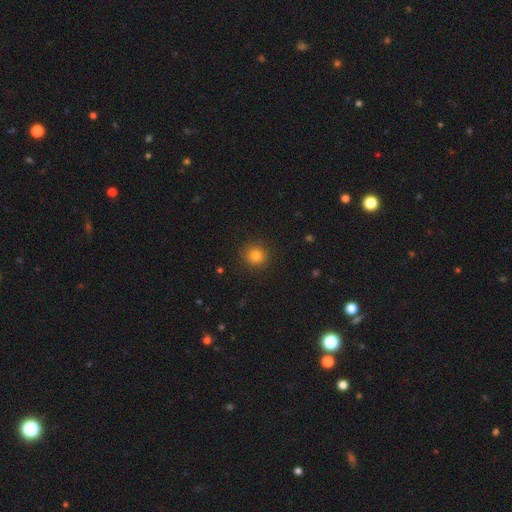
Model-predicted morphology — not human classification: smooth 81%, star or artifact 13%, featured or disk 6%. Down the decision tree: how rounded — round (93%); merging — none (91%).